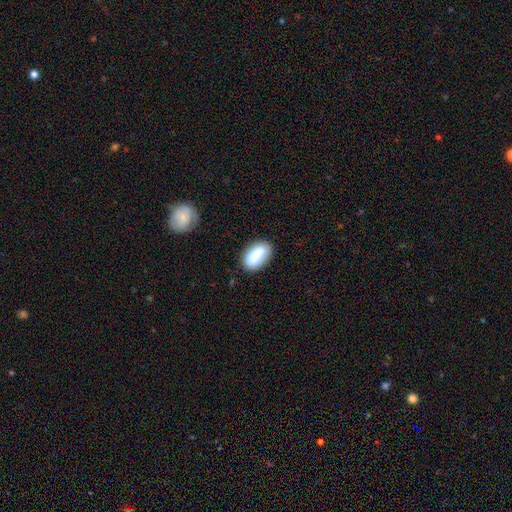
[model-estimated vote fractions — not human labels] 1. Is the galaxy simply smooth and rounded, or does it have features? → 82% smooth, 11% featured or disk, 7% star or artifact.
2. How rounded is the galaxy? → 90% in between, 5% cigar-shaped, 5% round.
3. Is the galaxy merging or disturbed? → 76% none, 16% minor disturbance, 4% merger, 4% major disturbance.